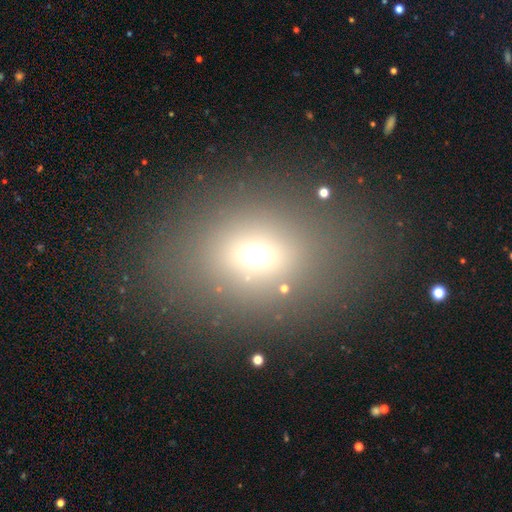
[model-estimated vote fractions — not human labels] smooth_or_featured: smooth (p=0.63) [alt: star or artifact p=0.24]
how_rounded: in between (p=0.51) [alt: round p=0.47]
merging: none (p=0.78) [alt: minor disturbance p=0.11]